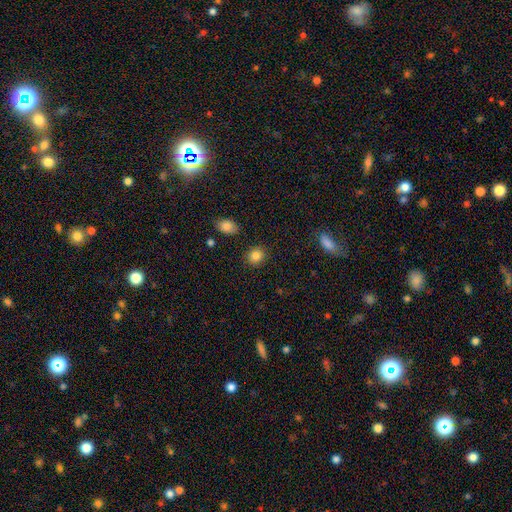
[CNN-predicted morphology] The model was most divided on "how rounded": round: 79%, in between: 20%, cigar-shaped: 1%. More confident: merging — none (89%); smooth or featured — smooth (85%).